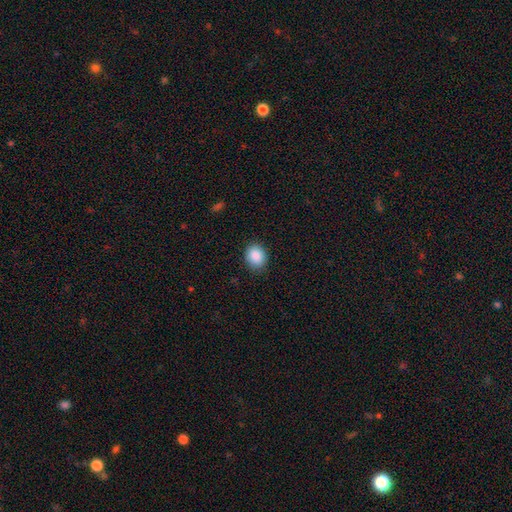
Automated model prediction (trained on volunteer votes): This is clearly a smooth galaxy (89%). How rounded: possibly round (53%). Merging: clearly none (87%).